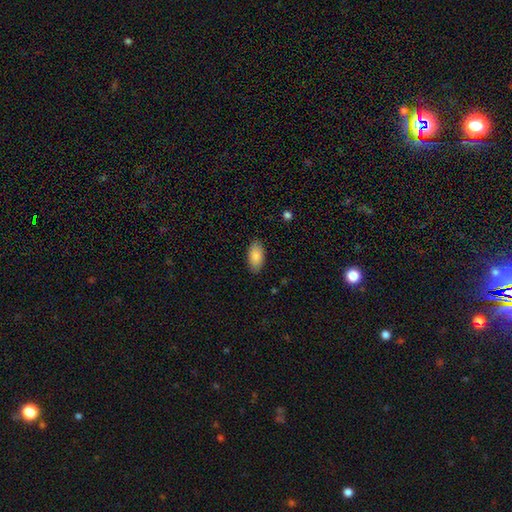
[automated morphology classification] This is clearly a smooth galaxy (87%). How rounded: clearly in between (94%). Merging: clearly none (87%).